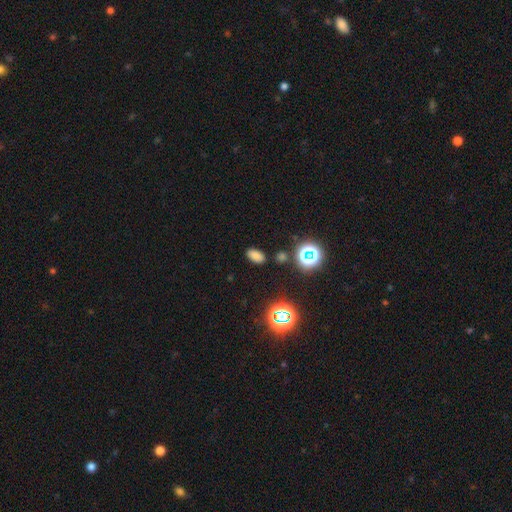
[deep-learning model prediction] smooth 75%, star or artifact 20%, featured or disk 5%. Down the decision tree: how rounded — in between (90%); merging — none (87%).